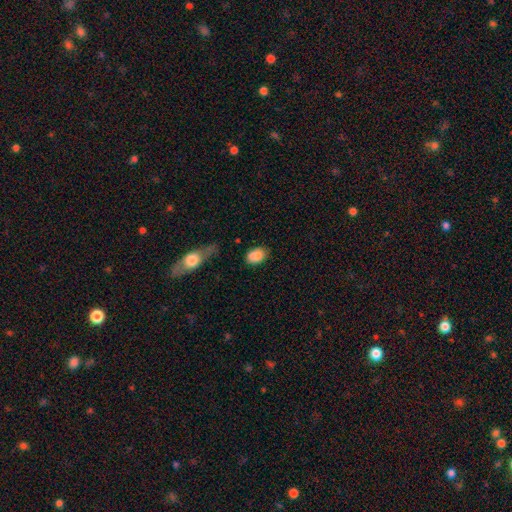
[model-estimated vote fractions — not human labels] Smooth or featured? Predicted: smooth (p=0.83). How rounded? Predicted: in between (p=0.75). Merging? Predicted: none (p=0.59).